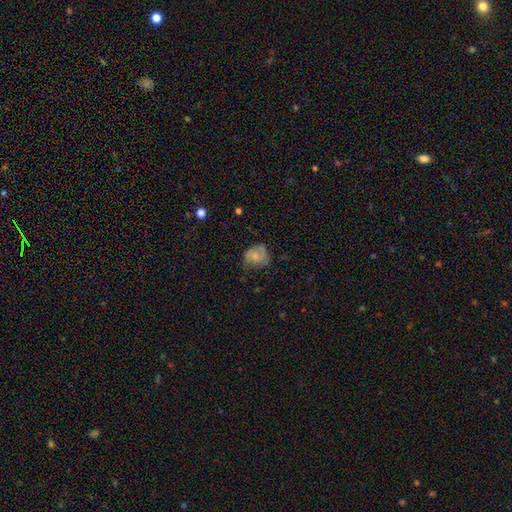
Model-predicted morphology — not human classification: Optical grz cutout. It shows a smooth galaxy with no disk features (46%). Merging: none (48%).